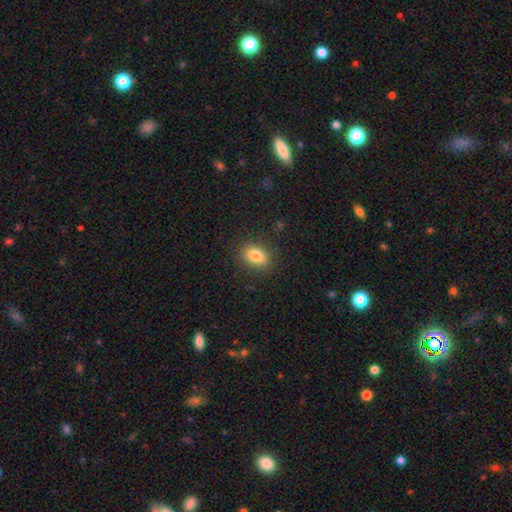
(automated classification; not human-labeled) Morphology: type=smooth (83%); roundness=in between (78%); merging=none (87%).